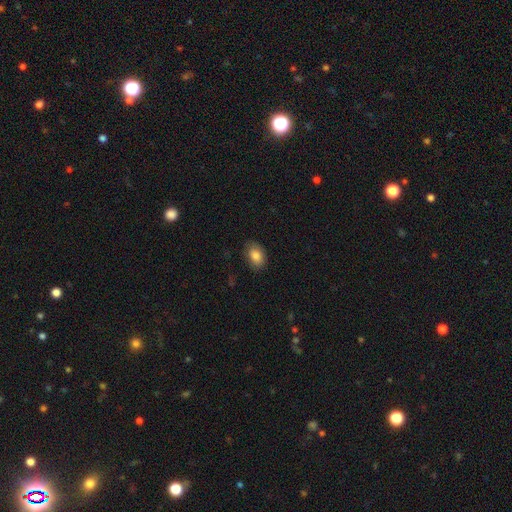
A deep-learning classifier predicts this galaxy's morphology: Smooth or featured?
  - smooth: 83% *
  - featured or disk: 9%
  - star or artifact: 8%
How rounded?
  - in between: 82% *
  - round: 17%
  - cigar-shaped: 1%
Merging?
  - none: 80% *
  - minor disturbance: 16%
  - major disturbance: 4%
  - merger: 1%